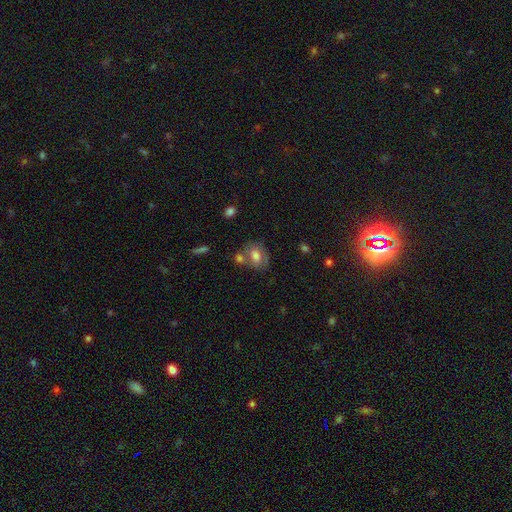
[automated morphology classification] A smooth galaxy with no disk features (67%) that is in between round and cigar-shaped (68%).

Vote fractions:
- Smooth or featured? smooth: 67% / featured or disk: 24% / star or artifact: 9%
- How rounded? in between: 68% / round: 31% / cigar-shaped: 2%
- Merging? none: 48% / merger: 28% / minor disturbance: 17% / major disturbance: 7%